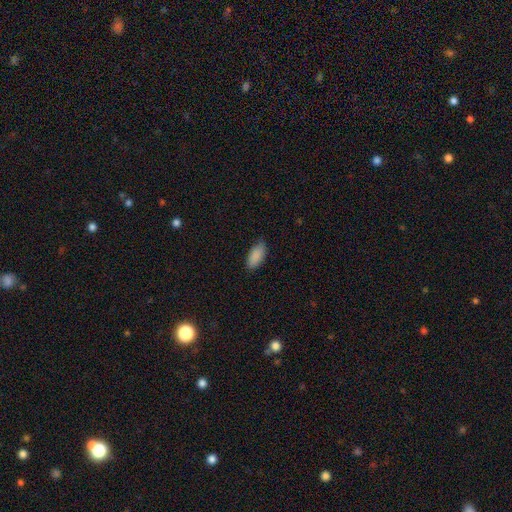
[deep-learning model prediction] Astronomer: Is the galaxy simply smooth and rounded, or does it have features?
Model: smooth — 89%.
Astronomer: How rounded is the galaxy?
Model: in between — 89%.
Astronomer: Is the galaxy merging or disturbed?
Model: none — 79%.